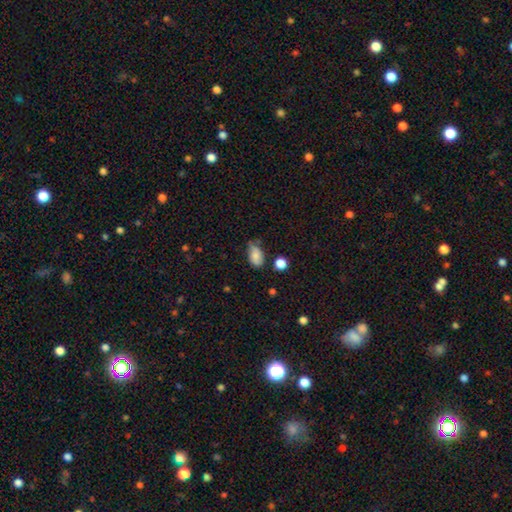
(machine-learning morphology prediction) Smooth or featured?
  - smooth: 77% *
  - featured or disk: 13%
  - star or artifact: 10%
How rounded?
  - in between: 88% *
  - round: 10%
  - cigar-shaped: 2%
Merging?
  - none: 45% *
  - minor disturbance: 39%
  - major disturbance: 10%
  - merger: 5%